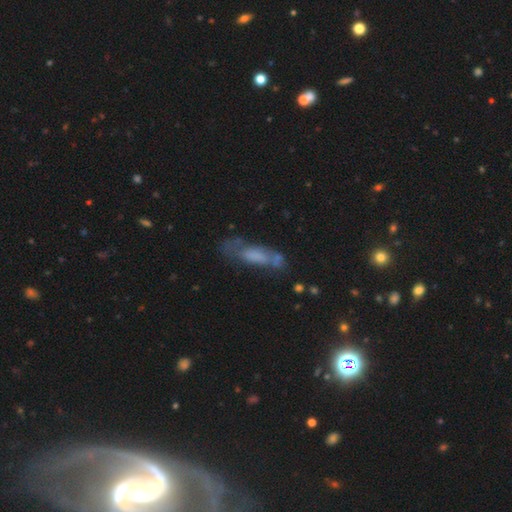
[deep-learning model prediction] smooth-or-featured: smooth: 47% | featured or disk: 42% | star or artifact: 11%
  merging: none: 45% | minor disturbance: 25% | major disturbance: 20% | merger: 10%